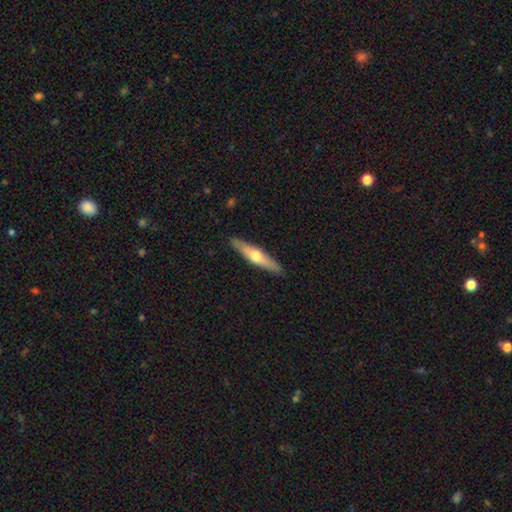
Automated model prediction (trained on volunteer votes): smooth_or_featured: featured or disk (p=0.54) [alt: smooth p=0.41]
disk_edge_on: yes (p=0.93) [alt: no p=0.07]
edge_on_bulge: rounded (p=0.90) [alt: none p=0.07]
merging: none (p=0.90) [alt: minor disturbance p=0.07]